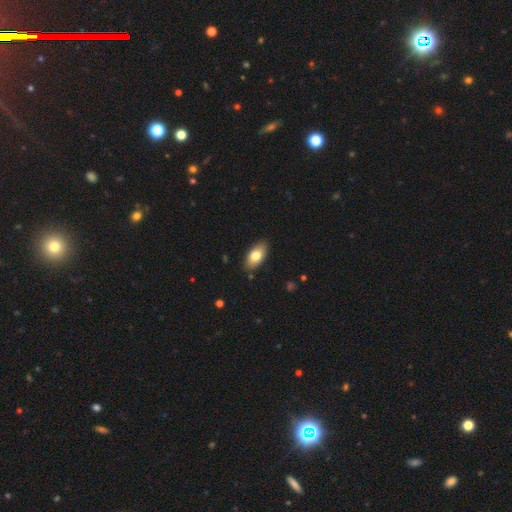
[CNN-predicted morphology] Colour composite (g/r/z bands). It shows a smooth galaxy with no disk features (76%) that is in between round and cigar-shaped (90%). Merging: none (87%).